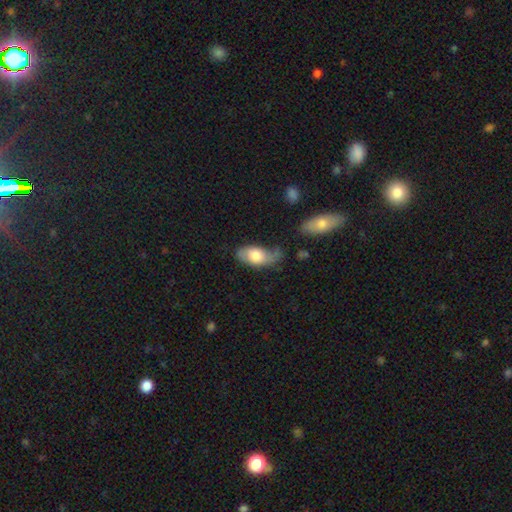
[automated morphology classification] smooth 67%, featured or disk 26%, star or artifact 6%. Down the decision tree: how rounded — in between (91%); merging — none (39%).